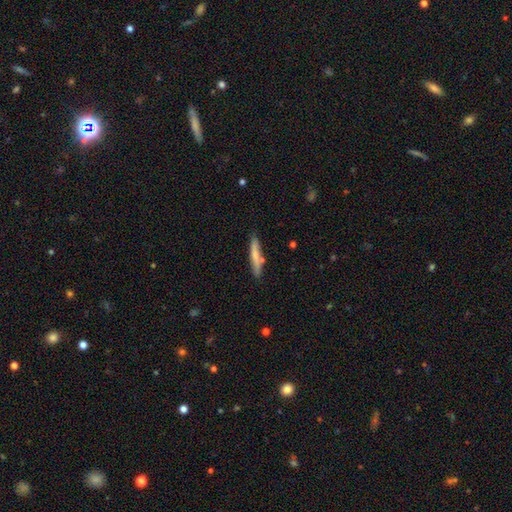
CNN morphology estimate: A smooth galaxy with no disk features (69%) that is cigar-shaped (91%).

Vote fractions:
- Smooth or featured? smooth: 69% / featured or disk: 25% / star or artifact: 6%
- How rounded? cigar-shaped: 91% / in between: 7% / round: 1%
- Merging? none: 80% / minor disturbance: 12% / merger: 5% / major disturbance: 2%